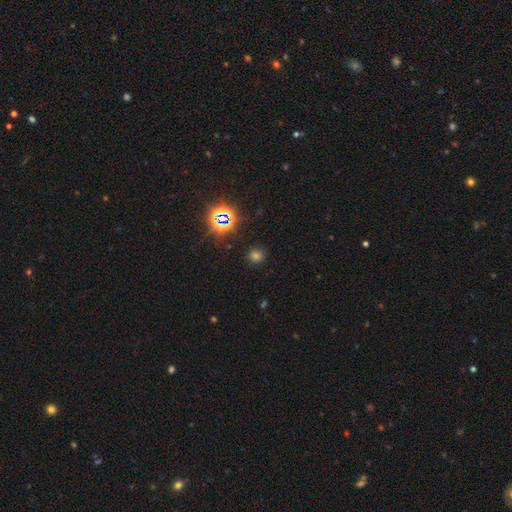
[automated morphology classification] smooth-or-featured: smooth: 51% | star or artifact: 42% | featured or disk: 7%
  how-rounded: round: 82% | in between: 16% | cigar-shaped: 1%
  merging: none: 87% | minor disturbance: 8% | major disturbance: 3% | merger: 2%